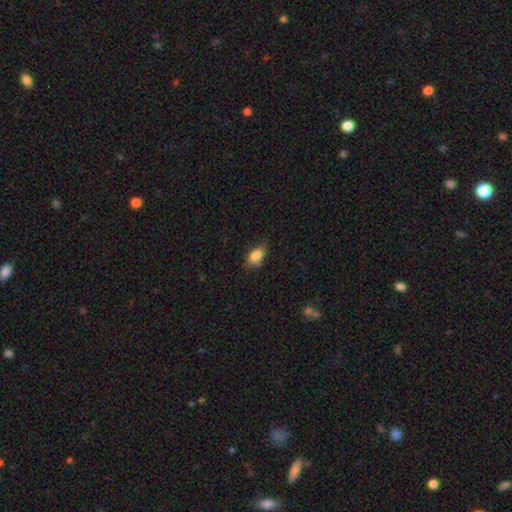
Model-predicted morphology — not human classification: A smooth galaxy with no disk features (81%) that is in between round and cigar-shaped (86%).

Vote fractions:
- Smooth or featured? smooth: 81% / featured or disk: 10% / star or artifact: 8%
- How rounded? in between: 86% / round: 9% / cigar-shaped: 5%
- Merging? none: 63% / minor disturbance: 29% / major disturbance: 7% / merger: 2%